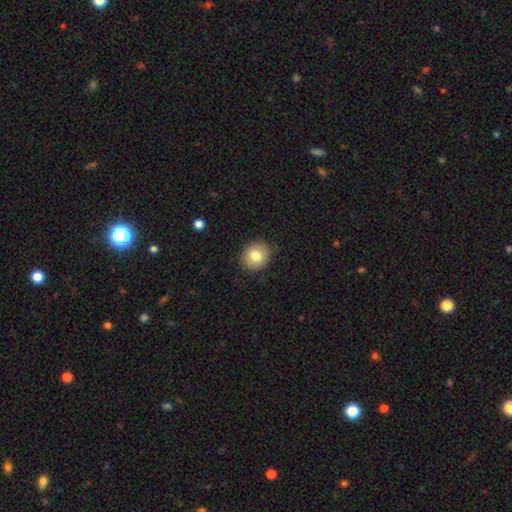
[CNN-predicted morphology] A smooth galaxy with no disk features (79%) that is round (75%).

Vote fractions:
- Smooth or featured? smooth: 79% / featured or disk: 12% / star or artifact: 9%
- How rounded? round: 75% / in between: 24% / cigar-shaped: 1%
- Merging? none: 87% / minor disturbance: 10% / major disturbance: 2% / merger: 1%